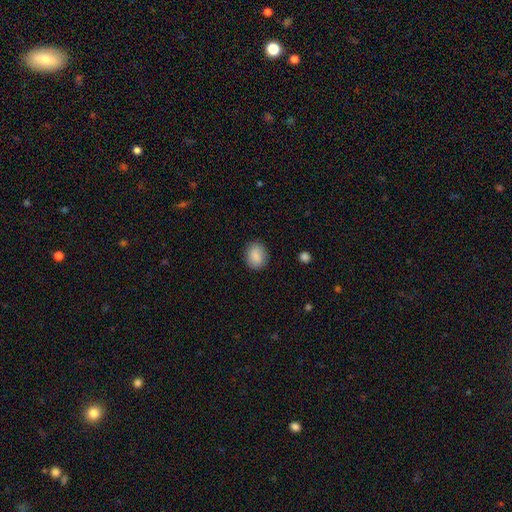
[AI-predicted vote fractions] smooth 88%, star or artifact 8%, featured or disk 5%. Down the decision tree: how rounded — round (57%); merging — none (86%).